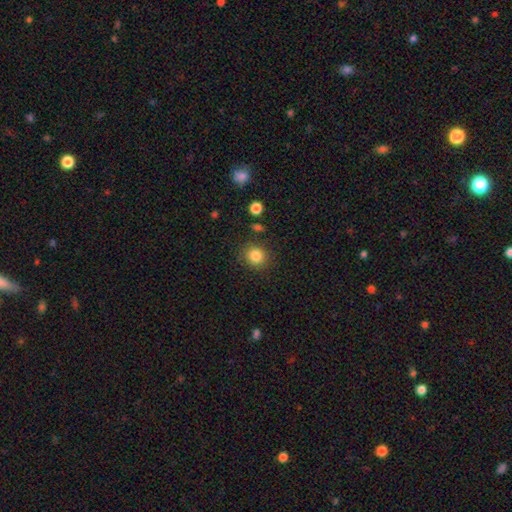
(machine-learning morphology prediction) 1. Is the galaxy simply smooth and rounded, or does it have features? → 84% smooth, 10% star or artifact, 5% featured or disk.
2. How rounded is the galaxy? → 85% round, 14% in between, 1% cigar-shaped.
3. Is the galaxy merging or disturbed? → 85% none, 9% minor disturbance, 3% major disturbance, 3% merger.